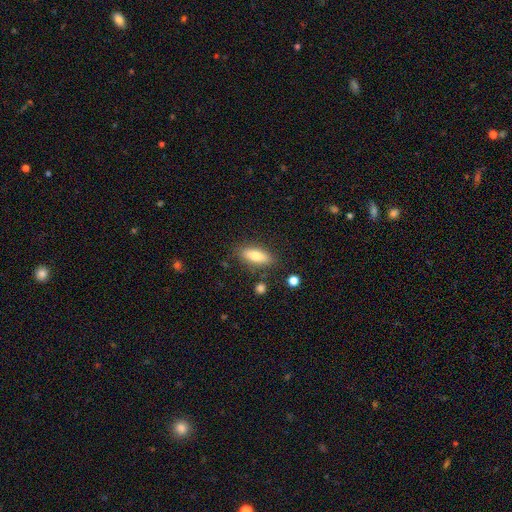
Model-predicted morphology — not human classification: Smooth or featured?
  - smooth: 76% *
  - featured or disk: 17%
  - star or artifact: 7%
How rounded?
  - in between: 67% *
  - cigar-shaped: 30%
  - round: 3%
Merging?
  - none: 84% *
  - minor disturbance: 11%
  - merger: 3%
  - major disturbance: 3%